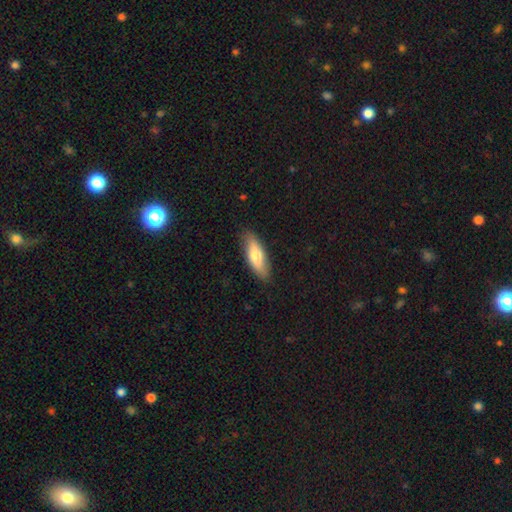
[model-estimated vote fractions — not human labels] A smooth galaxy with no disk features (70%) that is in between round and cigar-shaped (64%). Merging: none (85%).